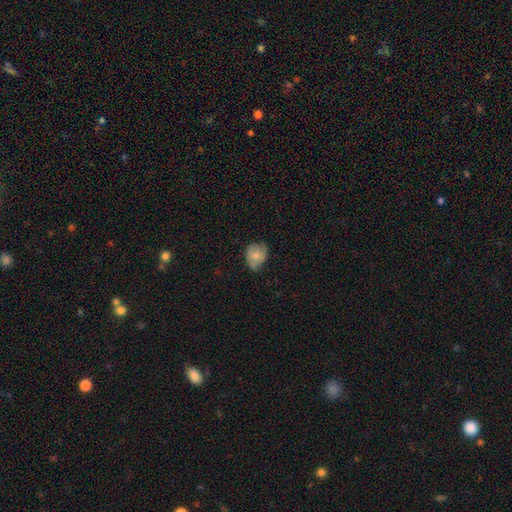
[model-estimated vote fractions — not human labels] This appears to be a smooth galaxy with no disk features (67%) that is round (54%). Merging: none (56%).